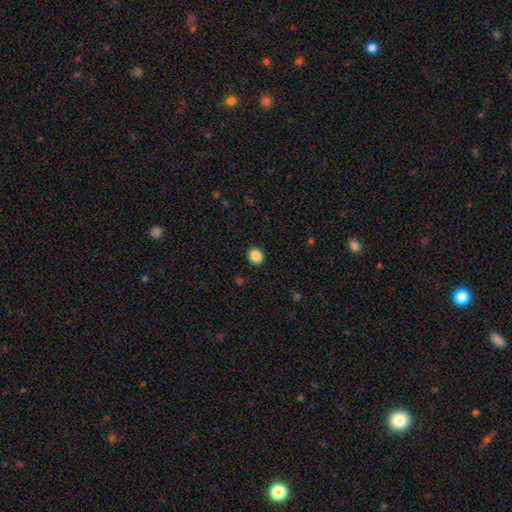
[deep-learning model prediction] This appears to be a smooth galaxy with no disk features (88%) that is round (74%). Merging: none (92%).